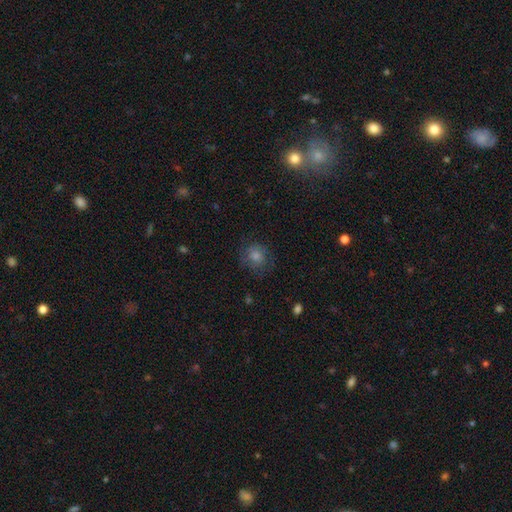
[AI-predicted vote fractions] smooth 53%, star or artifact 24%, featured or disk 24%. Down the decision tree: how rounded — round (84%); merging — none (78%).